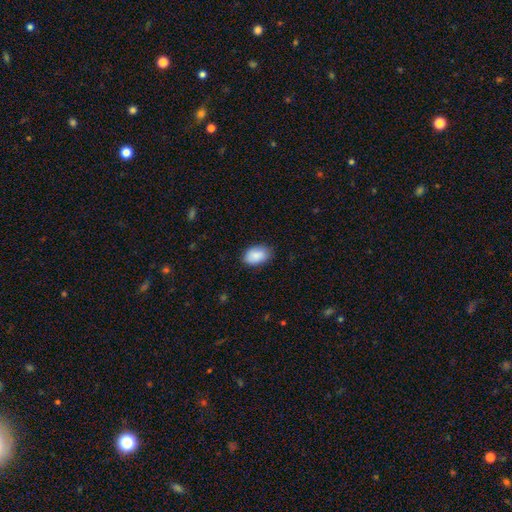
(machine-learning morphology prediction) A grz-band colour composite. It shows a smooth galaxy with no disk features (88%) that is in between round and cigar-shaped (90%). Merging: none (82%).